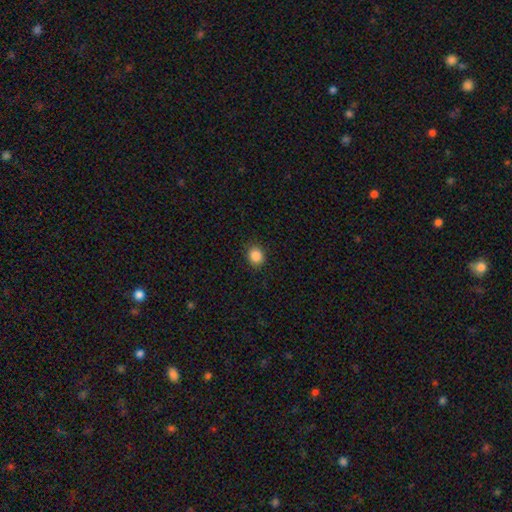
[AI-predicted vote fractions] This is clearly a smooth galaxy (87%). How rounded: likely round (71%). Merging: clearly none (89%).